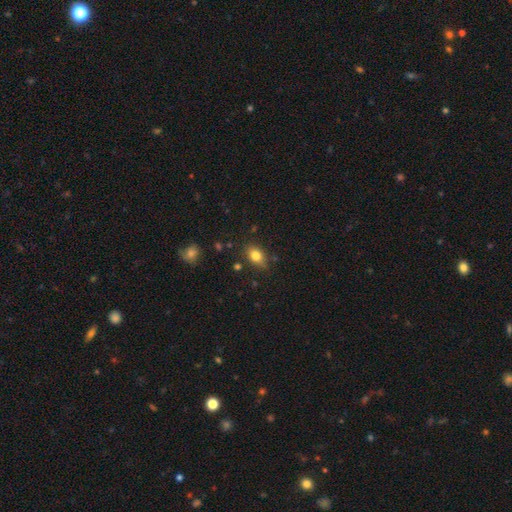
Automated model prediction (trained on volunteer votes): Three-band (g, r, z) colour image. It shows a smooth galaxy with no disk features (81%) that is in between round and cigar-shaped (79%). Merging: none (79%).